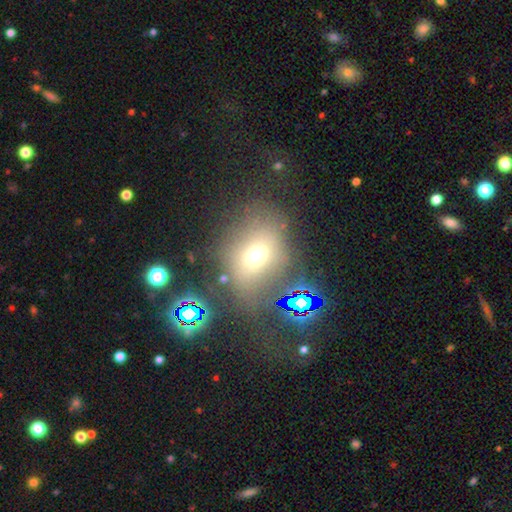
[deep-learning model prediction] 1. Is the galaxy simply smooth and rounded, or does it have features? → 59% smooth, 26% star or artifact, 15% featured or disk.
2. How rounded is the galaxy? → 51% round, 47% in between, 2% cigar-shaped.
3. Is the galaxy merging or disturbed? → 62% none, 16% minor disturbance, 13% major disturbance, 9% merger.